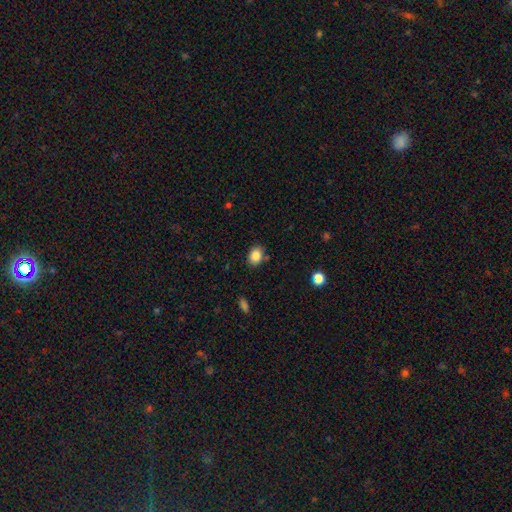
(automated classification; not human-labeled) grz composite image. It shows a smooth galaxy with no disk features (85%) that is in between round and cigar-shaped (66%). Merging: none (81%).